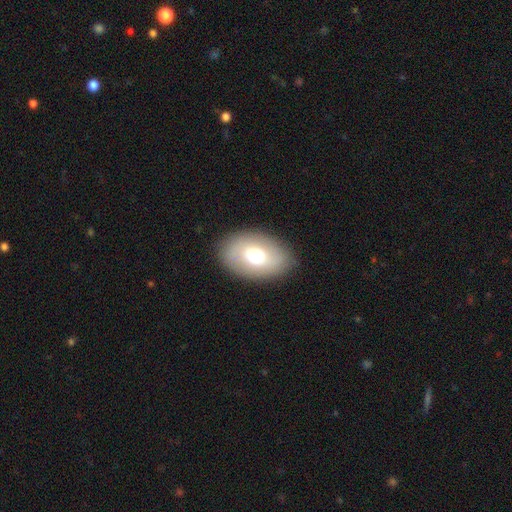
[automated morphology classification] This appears to be a smooth galaxy with no disk features (66%) that is in between round and cigar-shaped (90%). Merging: none (87%).